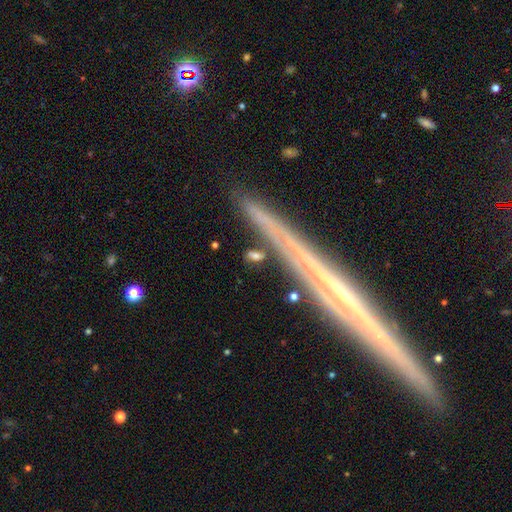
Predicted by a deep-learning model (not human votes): Smooth or featured? smooth (66%)
How rounded? in between (63%)
Merging? none (74%)